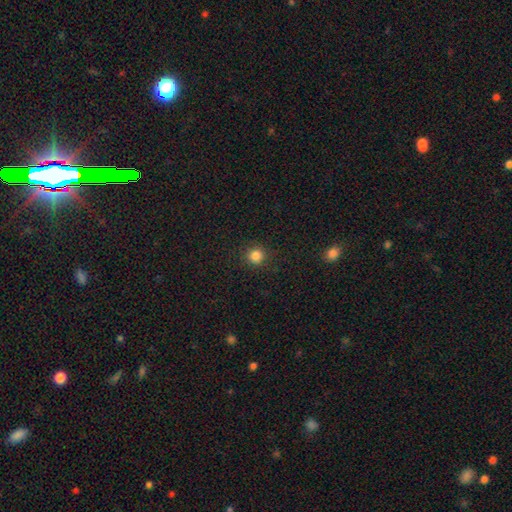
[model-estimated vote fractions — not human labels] Overall: smooth (84%). How rounded: round (93%). Merging: none (91%).